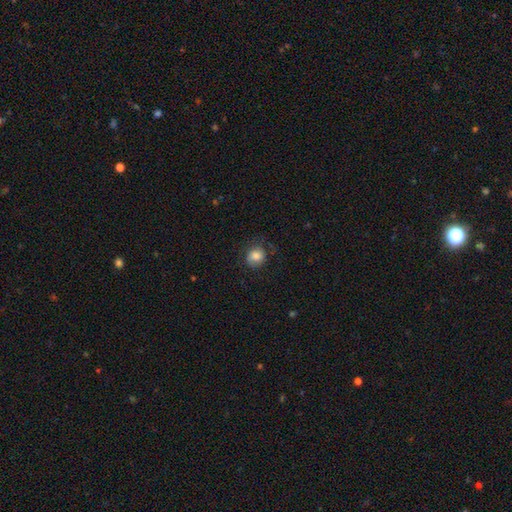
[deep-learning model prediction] smooth 79%, featured or disk 12%, star or artifact 9%. Down the decision tree: how rounded — round (74%); merging — none (66%).